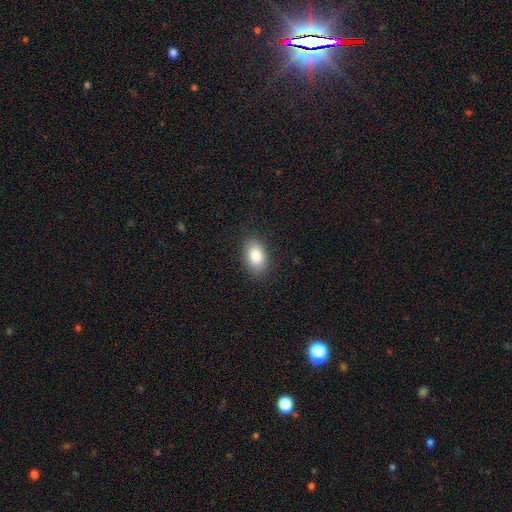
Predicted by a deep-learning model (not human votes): Morphology: type=smooth (86%); roundness=in between (91%); merging=none (86%).